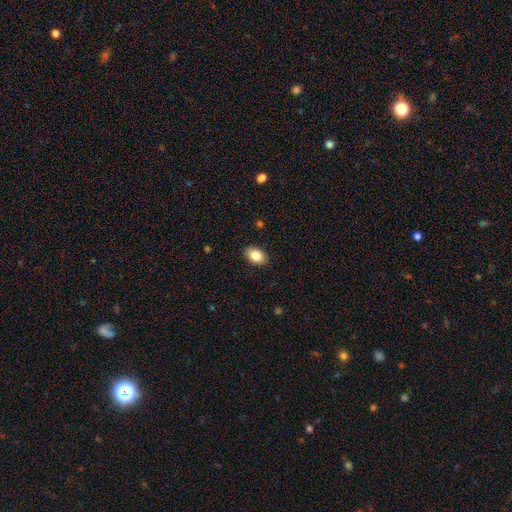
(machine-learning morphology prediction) Smooth or featured?
  - smooth: 85% *
  - star or artifact: 8%
  - featured or disk: 7%
How rounded?
  - in between: 85% *
  - round: 13%
  - cigar-shaped: 1%
Merging?
  - none: 89% *
  - minor disturbance: 8%
  - major disturbance: 2%
  - merger: 1%